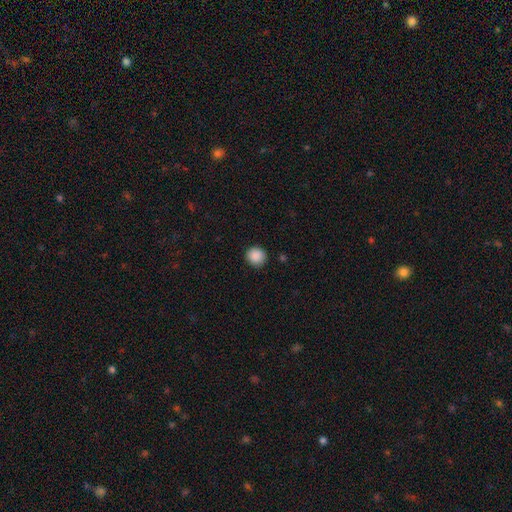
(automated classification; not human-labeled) smooth-or-featured: smooth: 89% | star or artifact: 9% | featured or disk: 2%
  how-rounded: round: 90% | in between: 9% | cigar-shaped: 1%
  merging: none: 89% | minor disturbance: 7% | major disturbance: 2% | merger: 1%